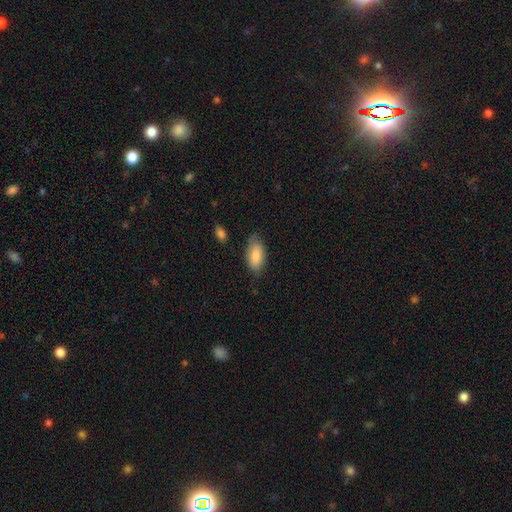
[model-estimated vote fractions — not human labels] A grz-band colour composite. It shows a smooth galaxy with no disk features (85%) that is in between round and cigar-shaped (91%). Merging: none (74%).